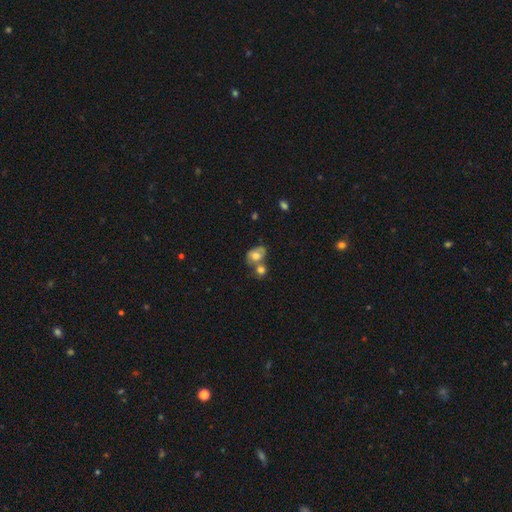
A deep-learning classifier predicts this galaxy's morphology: A smooth galaxy with no disk features (62%) that is in between round and cigar-shaped (69%). Merging: merger (48%).